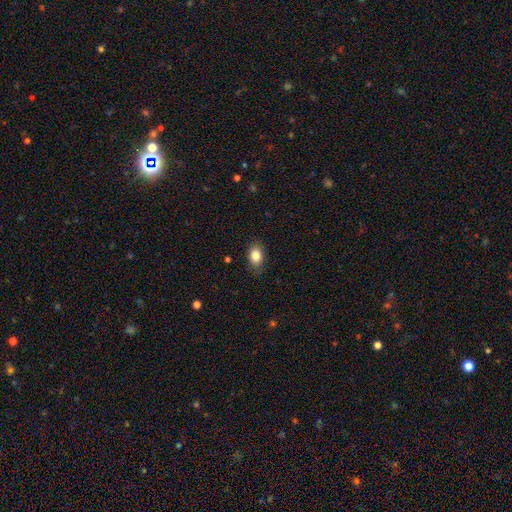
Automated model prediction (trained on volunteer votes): Q: Smooth or featured?
A: smooth (85%); runner-up: star or artifact (8%)
Q: How rounded?
A: in between (85%); runner-up: round (14%)
Q: Merging?
A: none (83%); runner-up: minor disturbance (13%)